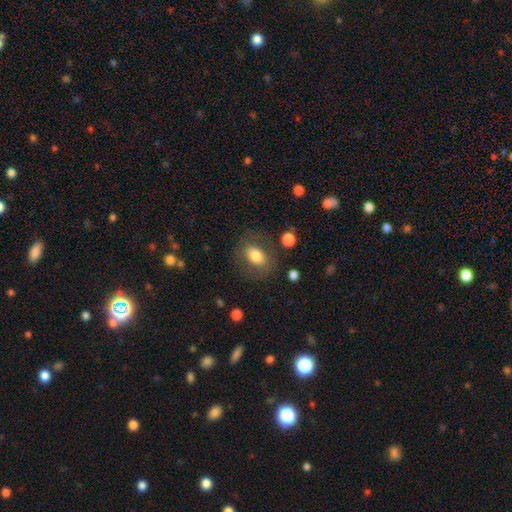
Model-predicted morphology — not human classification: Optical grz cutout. It shows a smooth galaxy with no disk features (75%) that is in between round and cigar-shaped (69%). Merging: none (74%).